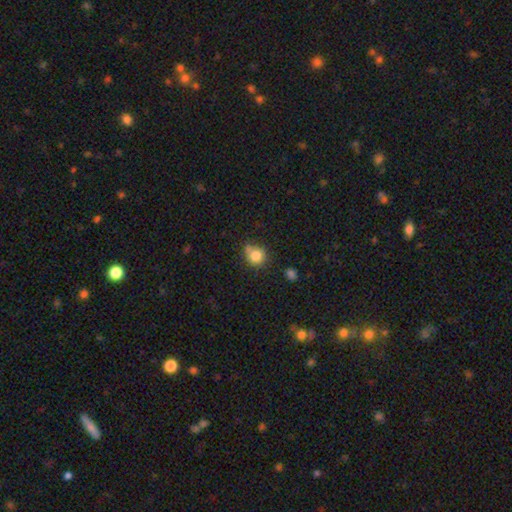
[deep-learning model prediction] Q: Smooth or featured?
A: smooth (80%); runner-up: star or artifact (11%)
Q: How rounded?
A: round (74%); runner-up: in between (25%)
Q: Merging?
A: none (55%); runner-up: minor disturbance (27%)